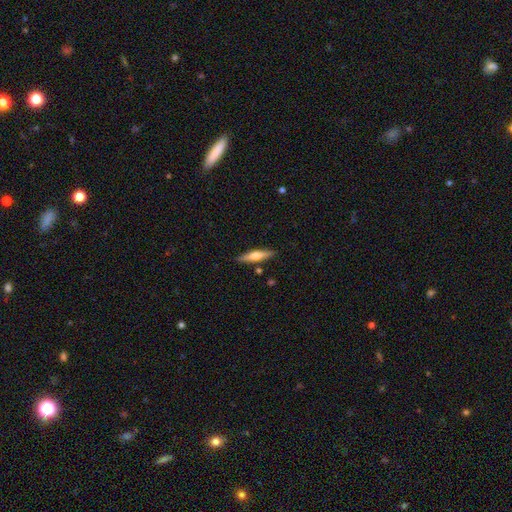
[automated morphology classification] type=smooth (47%, tied with featured or disk); merging=none (87%).